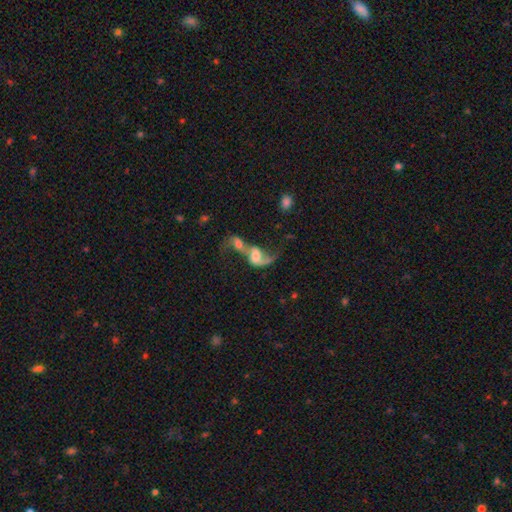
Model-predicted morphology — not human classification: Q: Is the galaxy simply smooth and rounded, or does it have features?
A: featured or disk — 59%.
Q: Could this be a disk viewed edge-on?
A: no — 95%.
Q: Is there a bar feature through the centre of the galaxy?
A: no — 56%.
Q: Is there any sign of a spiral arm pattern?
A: yes — 73%.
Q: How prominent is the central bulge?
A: moderate — 32%.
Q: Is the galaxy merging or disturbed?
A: merger — 75%.